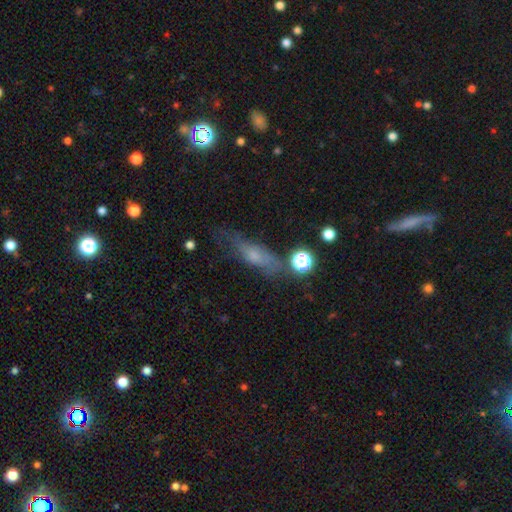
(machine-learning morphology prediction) smooth_or_featured: smooth (p=0.47) [alt: featured or disk p=0.37]
merging: none (p=0.55) [alt: minor disturbance p=0.25]